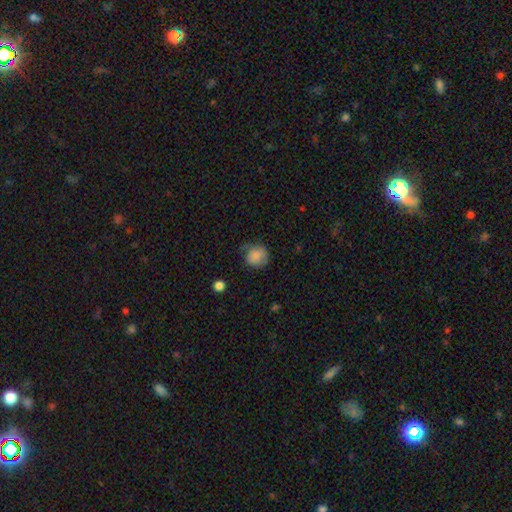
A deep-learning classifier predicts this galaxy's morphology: A smooth galaxy with no disk features (78%) that is round (77%).

Vote fractions:
- Smooth or featured? smooth: 78% / featured or disk: 13% / star or artifact: 9%
- How rounded? round: 77% / in between: 23% / cigar-shaped: 1%
- Merging? none: 53% / minor disturbance: 30% / major disturbance: 15% / merger: 2%